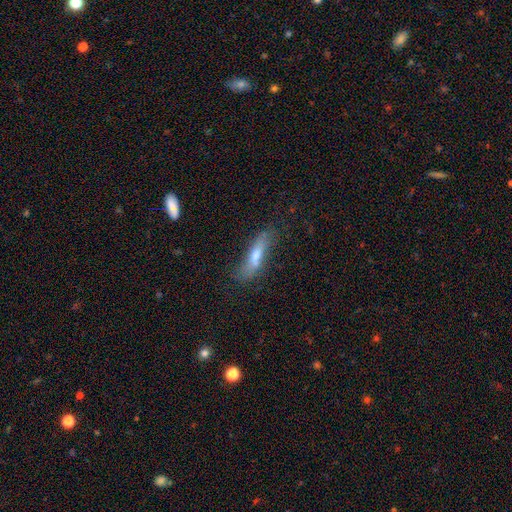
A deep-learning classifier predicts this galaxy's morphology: A smooth galaxy with no disk features (53%) that is cigar-shaped (73%).

Vote fractions:
- Smooth or featured? smooth: 53% / featured or disk: 38% / star or artifact: 8%
- How rounded? cigar-shaped: 73% / in between: 25% / round: 2%
- Merging? none: 61% / minor disturbance: 24% / major disturbance: 10% / merger: 4%